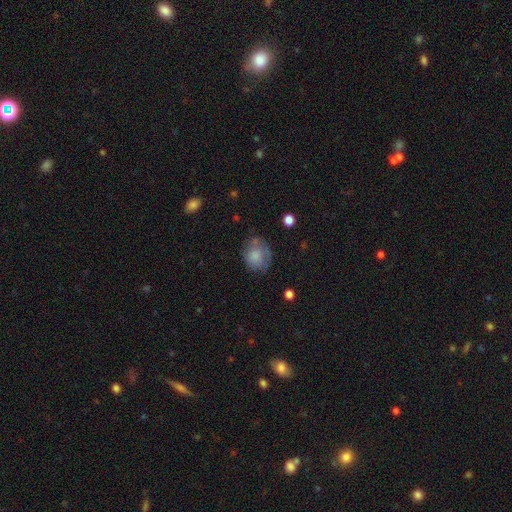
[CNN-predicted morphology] A smooth galaxy with no disk features (71%) that is round (63%). Merging: none (54%).